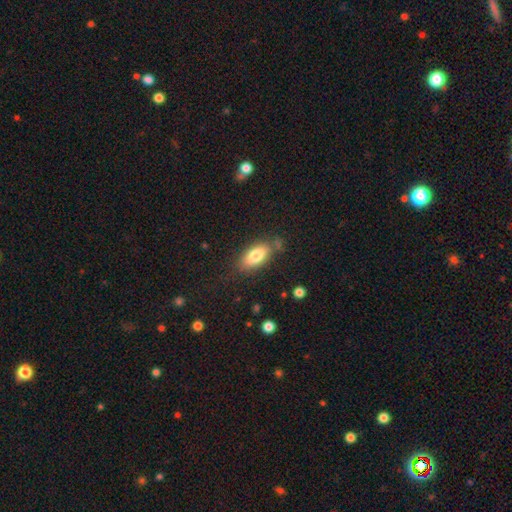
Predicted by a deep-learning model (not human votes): This is likely a smooth galaxy (80%). How rounded: clearly in between (87%). Merging: likely none (77%).